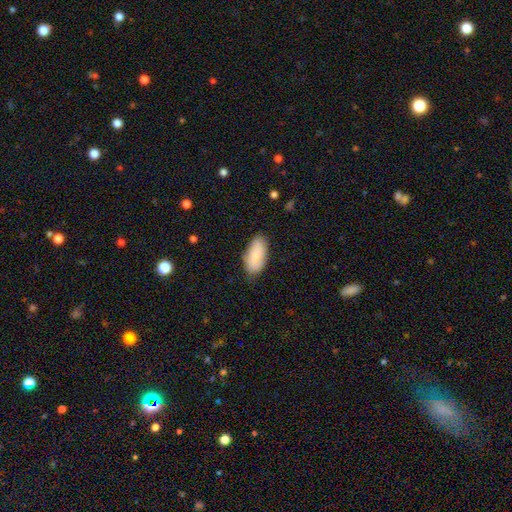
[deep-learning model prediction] Smooth or featured? Predicted: smooth (p=0.81). How rounded? Predicted: in between (p=0.93). Merging? Predicted: none (p=0.79).